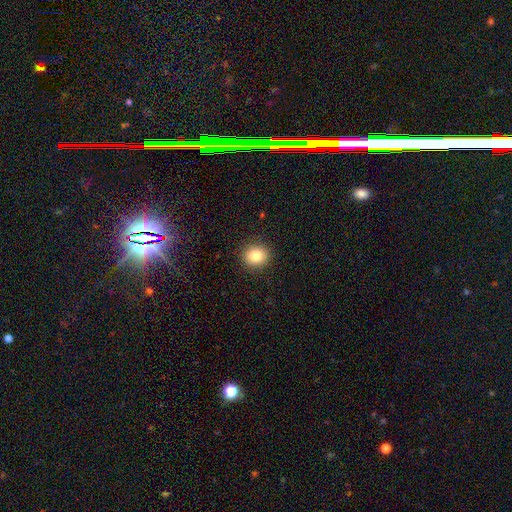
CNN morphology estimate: Smooth or featured? Predicted: smooth (p=0.83). How rounded? Predicted: round (p=0.76). Merging? Predicted: none (p=0.90).